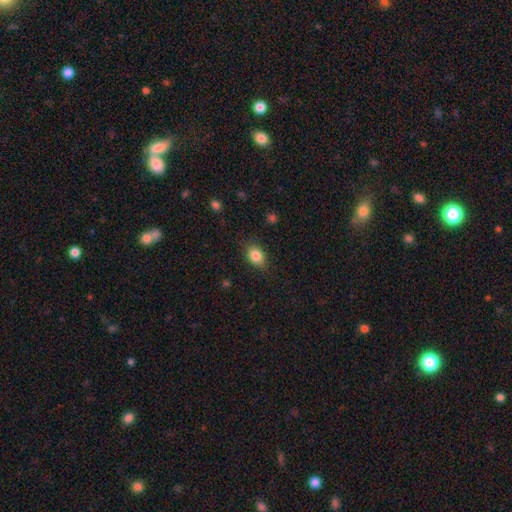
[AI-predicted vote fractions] smooth-or-featured: smooth: 85% | star or artifact: 9% | featured or disk: 6%
  how-rounded: in between: 74% | round: 25% | cigar-shaped: 1%
  merging: none: 83% | minor disturbance: 13% | major disturbance: 3% | merger: 1%